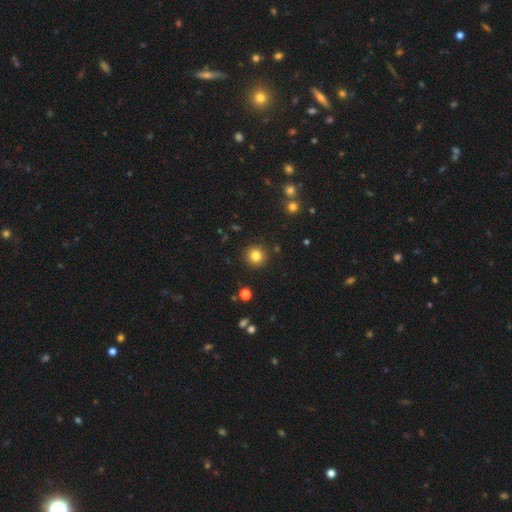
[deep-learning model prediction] Smooth or featured? Predicted: smooth (p=0.82). How rounded? Predicted: round (p=0.94). Merging? Predicted: none (p=0.91).